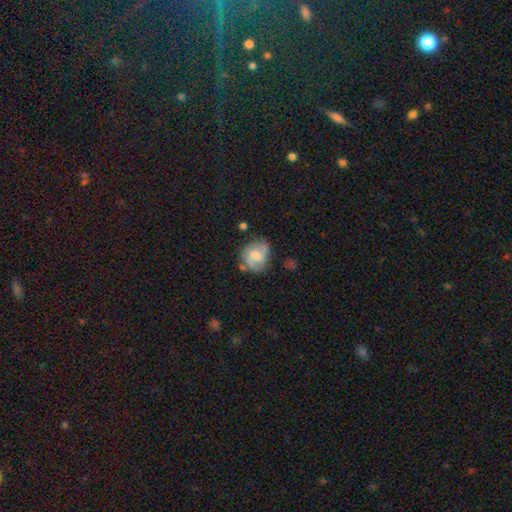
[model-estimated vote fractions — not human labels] smooth_or_featured: featured or disk (p=0.54) [alt: smooth p=0.38]
disk_edge_on: no (p=0.97) [alt: yes p=0.03]
bar: no (p=0.51) [alt: weak p=0.42]
has_spiral_arms: yes (p=0.85) [alt: no p=0.15]
bulge_size: moderate (p=0.46) [alt: small p=0.39]
merging: none (p=0.65) [alt: minor disturbance p=0.22]